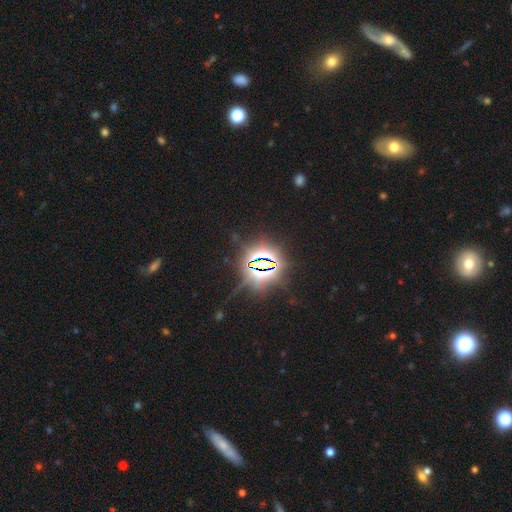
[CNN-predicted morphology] A star or artifact, not a galaxy (80%).

Vote fractions:
- Smooth or featured? star or artifact: 80% / smooth: 12% / featured or disk: 8%